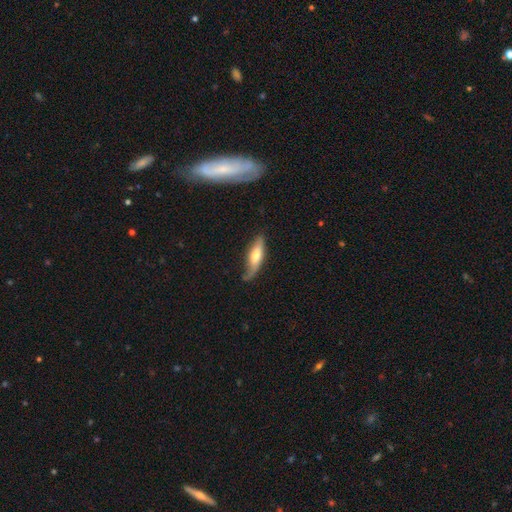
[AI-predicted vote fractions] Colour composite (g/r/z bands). It shows a smooth galaxy with no disk features (56%) that is cigar-shaped (52%). Merging: none (58%).